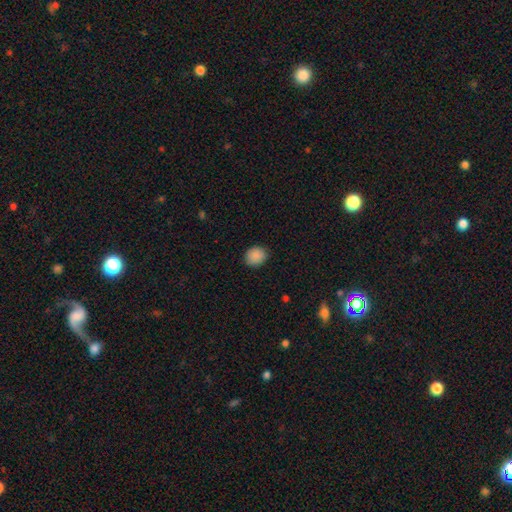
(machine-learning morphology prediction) smooth-or-featured: smooth: 89% | star or artifact: 8% | featured or disk: 3%
  how-rounded: round: 71% | in between: 28% | cigar-shaped: 1%
  merging: none: 87% | minor disturbance: 9% | major disturbance: 2% | merger: 1%